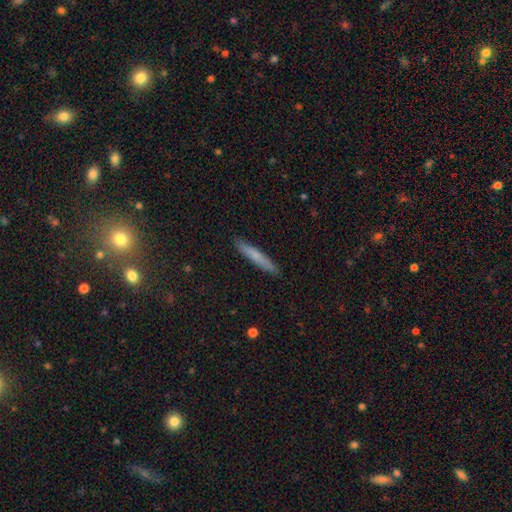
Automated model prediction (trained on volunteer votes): Smooth or featured? Predicted: smooth (p=0.71). How rounded? Predicted: cigar-shaped (p=0.95). Merging? Predicted: none (p=0.91).